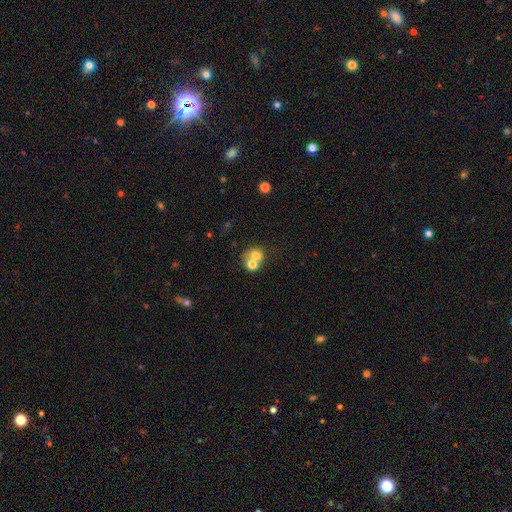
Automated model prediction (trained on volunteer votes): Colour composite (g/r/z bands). It shows a smooth galaxy with no disk features (68%) that is round (72%). Merging: merger (58%).